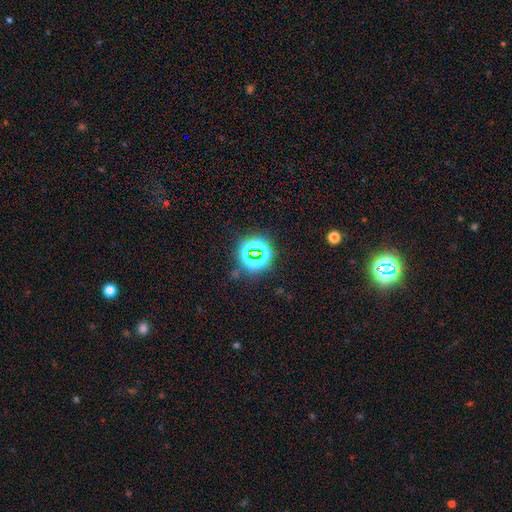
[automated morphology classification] Smooth or featured?
  - star or artifact: 70% *
  - smooth: 21%
  - featured or disk: 9%